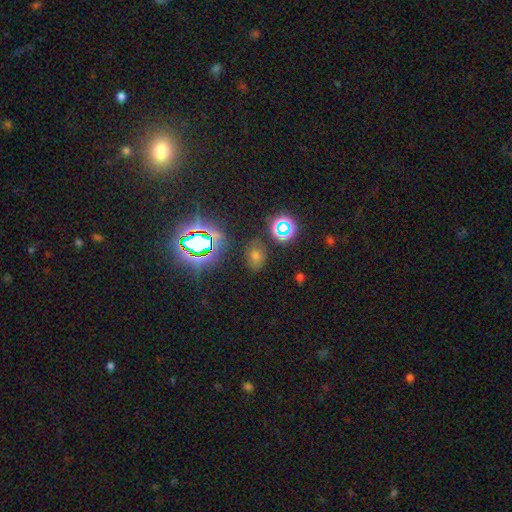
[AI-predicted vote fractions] This appears to be a smooth galaxy with no disk features (47%). Merging: none (79%).